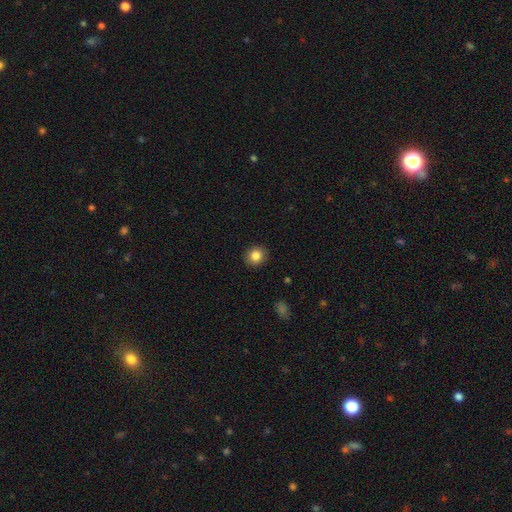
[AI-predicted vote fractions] smooth 85%, star or artifact 10%, featured or disk 6%. Down the decision tree: how rounded — round (82%); merging — none (91%).